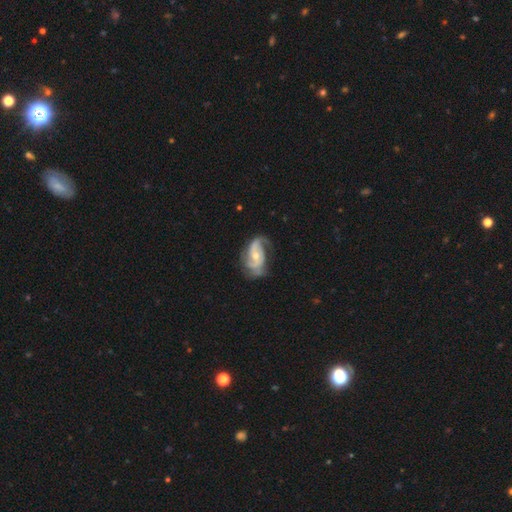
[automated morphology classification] A featured or disk galaxy (84%) with no bar (55%), 2 (65%) medium (44%) spiral arms (94%) and a moderate central bulge (51%).

Vote fractions:
- Smooth or featured? featured or disk: 84% / smooth: 11% / star or artifact: 5%
- Edge-on disk? no: 97% / yes: 3%
- Bar? no: 55% / weak: 33% / strong: 12%
- Spiral arms? yes: 94% / no: 6%
- Spiral winding? medium: 44% / loose: 32% / tight: 24%
- Spiral arm count? 2: 65% / 3: 12% / can't tell: 11% / 1: 7% / 4: 3% / more than 4: 2%
- Bulge size? moderate: 51% / small: 45% / large: 2% / none: 2% / dominant: 1%
- Merging? none: 56% / minor disturbance: 25% / major disturbance: 18% / merger: 2%